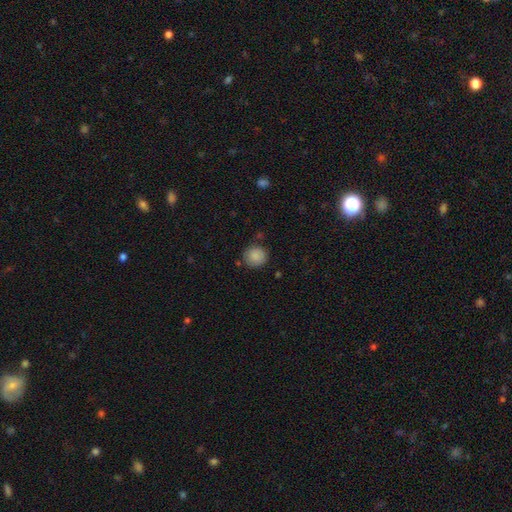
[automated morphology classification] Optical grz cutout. It shows a smooth galaxy with no disk features (87%) that is round (91%). Merging: none (82%).